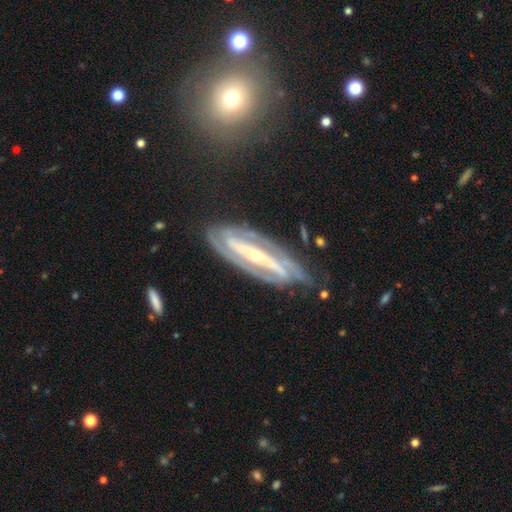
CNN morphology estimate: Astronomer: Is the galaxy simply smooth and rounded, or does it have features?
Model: featured or disk — 90%.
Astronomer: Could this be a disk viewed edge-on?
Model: no — 88%.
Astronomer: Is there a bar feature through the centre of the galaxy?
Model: strong — 72%.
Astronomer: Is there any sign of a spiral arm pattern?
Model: yes — 96%.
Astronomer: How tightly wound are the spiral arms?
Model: tight — 58%.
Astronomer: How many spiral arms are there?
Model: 2 — 73%.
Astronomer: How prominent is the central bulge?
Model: small — 68%.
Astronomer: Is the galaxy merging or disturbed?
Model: none — 75%.